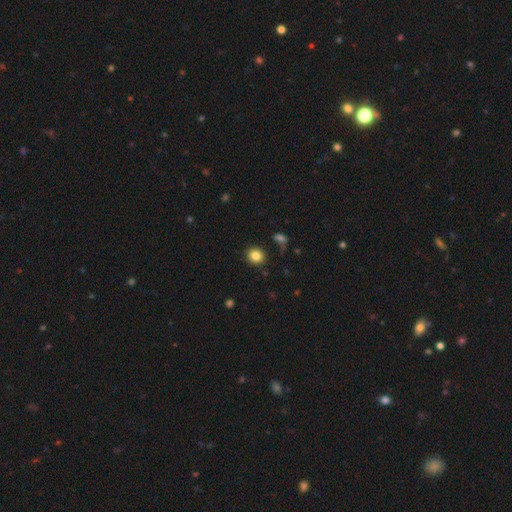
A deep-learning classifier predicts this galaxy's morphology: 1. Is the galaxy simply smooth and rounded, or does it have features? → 84% smooth, 11% star or artifact, 6% featured or disk.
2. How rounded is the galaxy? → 85% round, 14% in between, 1% cigar-shaped.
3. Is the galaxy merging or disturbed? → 87% none, 8% minor disturbance, 3% major disturbance, 3% merger.